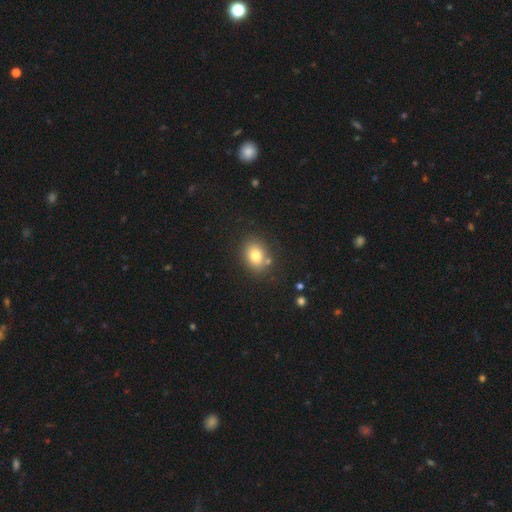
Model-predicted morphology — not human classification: A smooth galaxy with no disk features (79%) that is in between round and cigar-shaped (52%). Merging: none (79%).